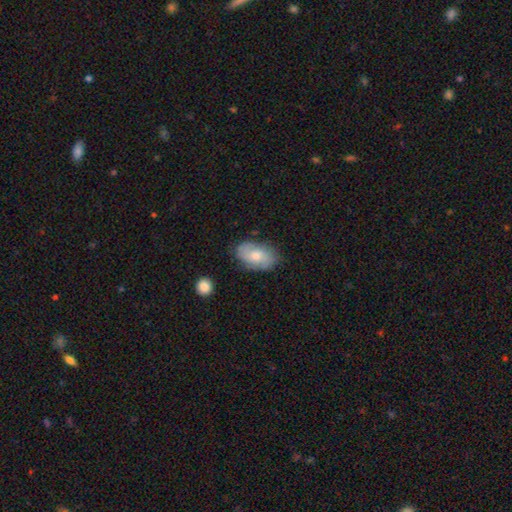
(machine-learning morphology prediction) This appears to be a smooth galaxy with no disk features (57%) that is in between round and cigar-shaped (91%). Merging: none (74%).